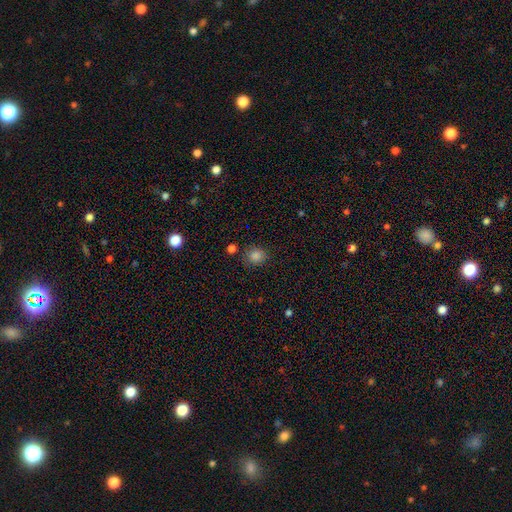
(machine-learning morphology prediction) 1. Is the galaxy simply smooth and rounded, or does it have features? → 82% smooth, 14% star or artifact, 4% featured or disk.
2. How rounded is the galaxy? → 78% round, 21% in between, 1% cigar-shaped.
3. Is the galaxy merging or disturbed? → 82% none, 12% minor disturbance, 3% major disturbance, 3% merger.